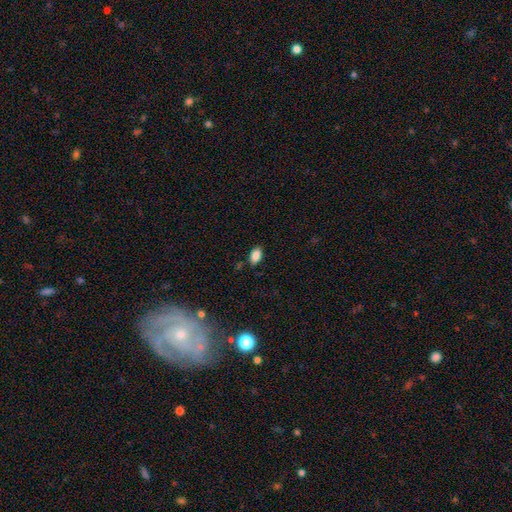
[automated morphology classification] smooth-or-featured: smooth: 86% | star or artifact: 8% | featured or disk: 5%
  how-rounded: in between: 92% | round: 6% | cigar-shaped: 3%
  merging: none: 83% | minor disturbance: 13% | major disturbance: 3% | merger: 2%